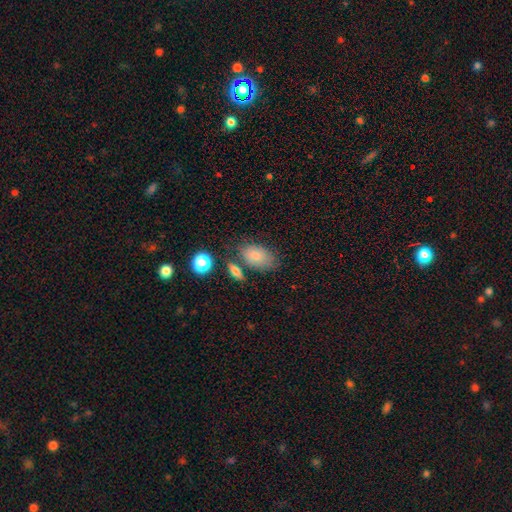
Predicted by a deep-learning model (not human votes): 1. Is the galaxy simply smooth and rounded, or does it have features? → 80% smooth, 12% featured or disk, 8% star or artifact.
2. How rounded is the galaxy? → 89% in between, 10% round, 2% cigar-shaped.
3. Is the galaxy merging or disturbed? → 64% none, 18% minor disturbance, 12% merger, 6% major disturbance.